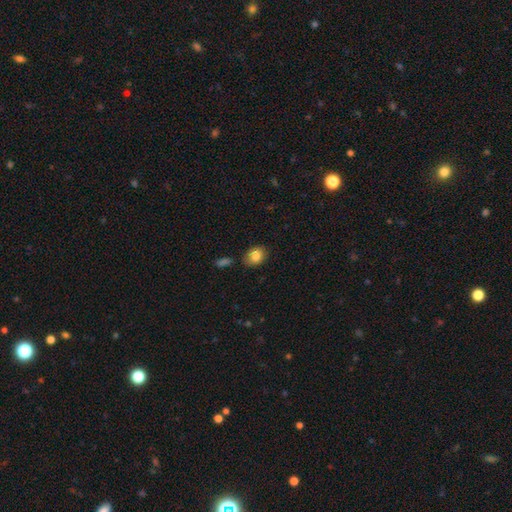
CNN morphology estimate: smooth_or_featured: smooth (p=0.84) [alt: star or artifact p=0.08]
how_rounded: in between (p=0.61) [alt: round p=0.38]
merging: none (p=0.73) [alt: minor disturbance p=0.19]